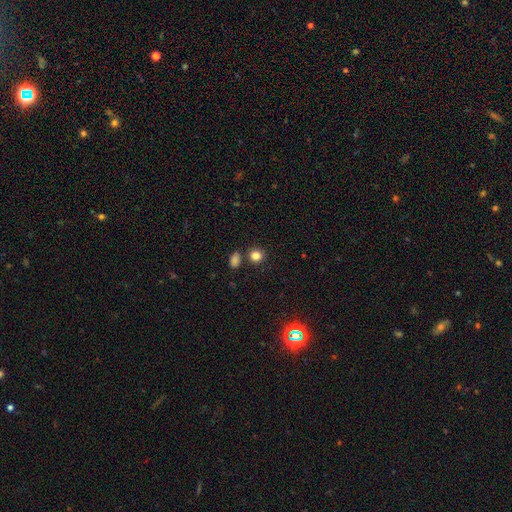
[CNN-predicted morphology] type=smooth (82%); roundness=round (82%); merging=none (80%).